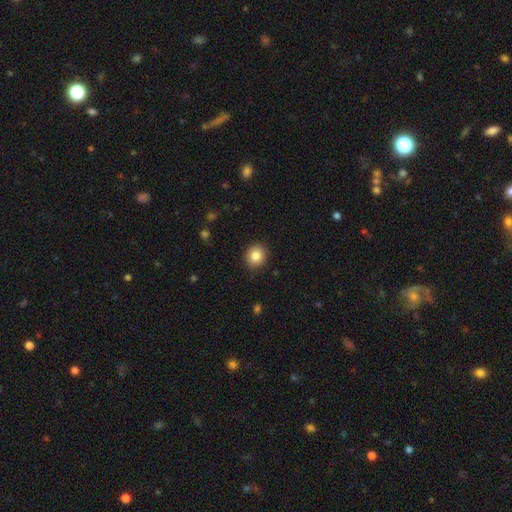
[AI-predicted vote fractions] Smooth or featured? Predicted: smooth (p=0.84). How rounded? Predicted: round (p=0.80). Merging? Predicted: none (p=0.90).